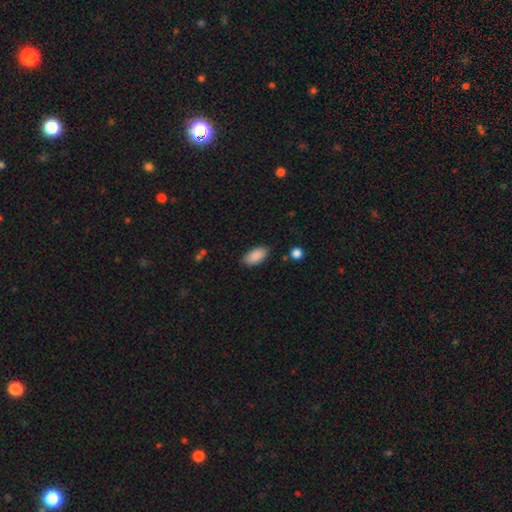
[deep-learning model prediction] Morphology: type=smooth (89%); roundness=in between (93%); merging=none (85%).